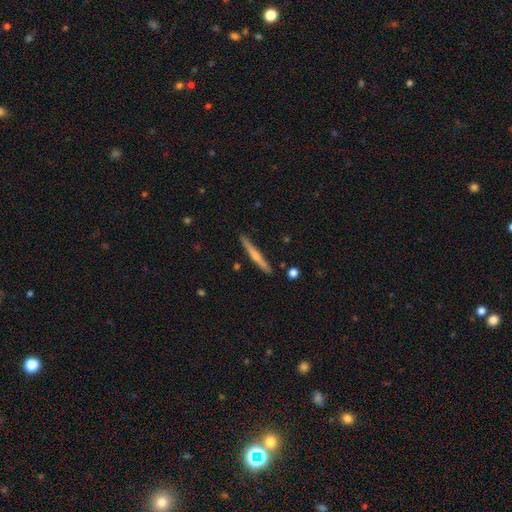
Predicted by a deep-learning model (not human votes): featured or disk 53%, smooth 42%, star or artifact 6%. Down the decision tree: edge-on disk — yes (97%); edge-on bulge — rounded (64%); merging — none (89%).